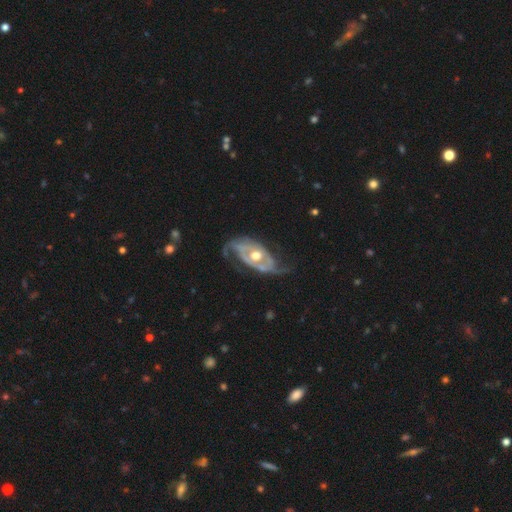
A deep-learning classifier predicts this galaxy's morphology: Smooth or featured? Predicted: featured or disk (p=0.89). Edge-on disk? Predicted: no (p=0.95). Bar? Predicted: no (p=0.70). Spiral arms? Predicted: yes (p=0.92). Spiral winding? Predicted: medium (p=0.40). Spiral arm count? Predicted: 2 (p=0.69). Bulge size? Predicted: moderate (p=0.77). Merging? Predicted: none (p=0.54).